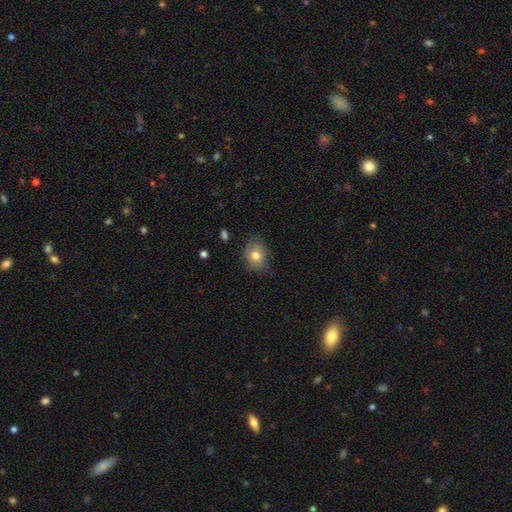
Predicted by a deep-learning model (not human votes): A smooth galaxy with no disk features (80%) that is round (51%). Merging: none (73%).